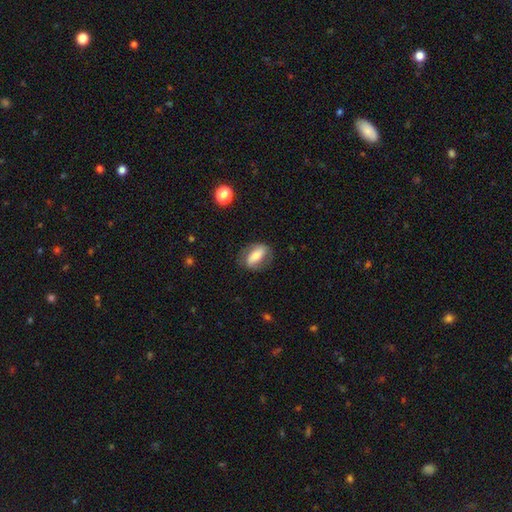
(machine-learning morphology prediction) smooth-or-featured: smooth: 48% | featured or disk: 45% | star or artifact: 7%
  merging: none: 74% | minor disturbance: 17% | major disturbance: 7% | merger: 1%